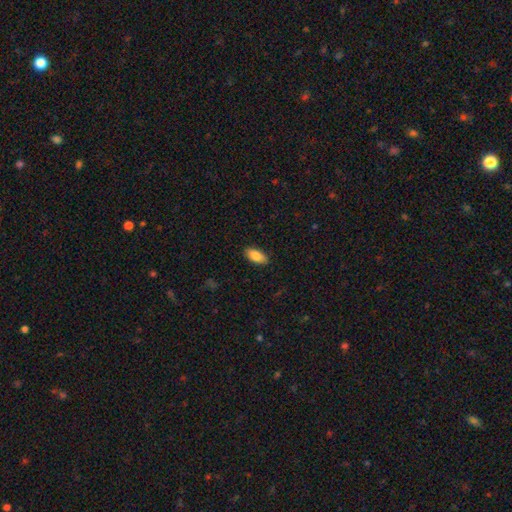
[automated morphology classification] smooth-or-featured: smooth: 86% | featured or disk: 8% | star or artifact: 6%
  how-rounded: in between: 90% | cigar-shaped: 8% | round: 2%
  merging: none: 88% | minor disturbance: 9% | major disturbance: 2% | merger: 1%